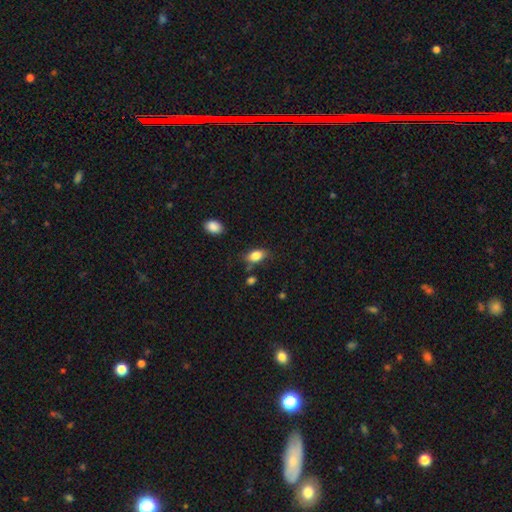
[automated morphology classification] Q: Smooth or featured?
A: smooth (84%); runner-up: star or artifact (8%)
Q: How rounded?
A: in between (87%); runner-up: round (10%)
Q: Merging?
A: none (72%); runner-up: minor disturbance (19%)